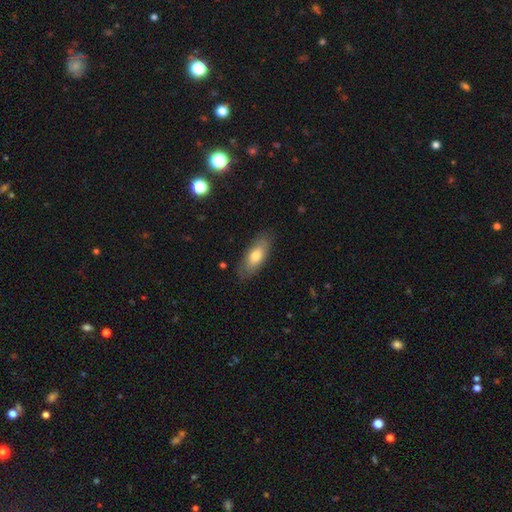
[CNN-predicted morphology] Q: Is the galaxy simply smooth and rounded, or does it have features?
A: smooth — 71%.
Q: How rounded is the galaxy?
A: in between — 81%.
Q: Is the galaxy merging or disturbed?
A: none — 82%.